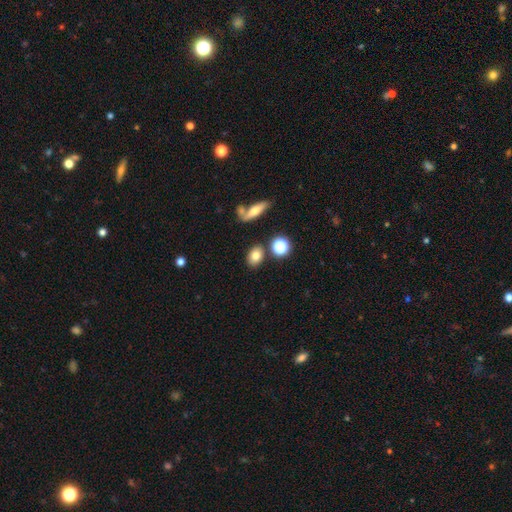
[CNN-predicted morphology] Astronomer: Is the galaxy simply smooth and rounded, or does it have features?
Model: smooth — 78%.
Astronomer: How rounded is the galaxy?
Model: in between — 67%.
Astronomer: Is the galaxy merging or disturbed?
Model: none — 79%.